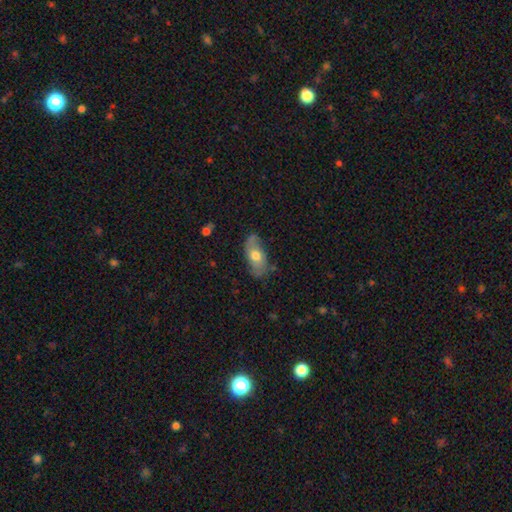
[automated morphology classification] This appears to be a smooth galaxy with no disk features (49%). Merging: none (67%).